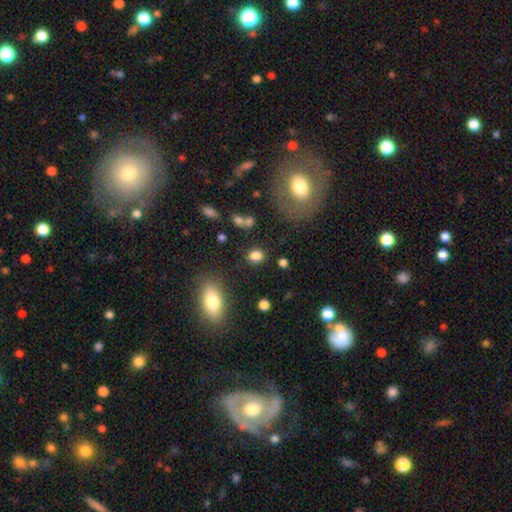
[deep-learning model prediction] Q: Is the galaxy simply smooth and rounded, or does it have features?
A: smooth — 82%.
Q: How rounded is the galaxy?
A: round — 56%.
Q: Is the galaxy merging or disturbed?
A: none — 80%.